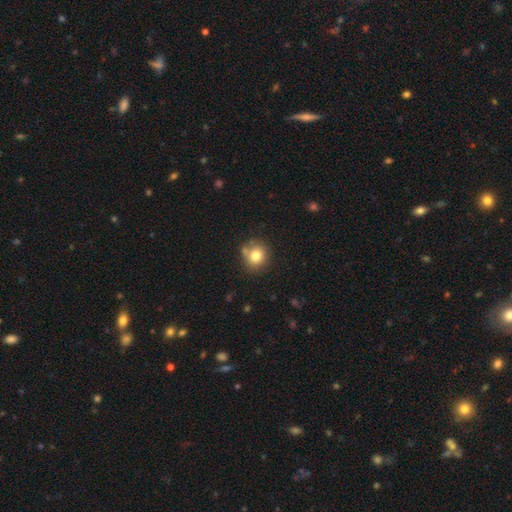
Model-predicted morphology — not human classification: smooth-or-featured: smooth: 80% | star or artifact: 11% | featured or disk: 10%
  how-rounded: round: 84% | in between: 15% | cigar-shaped: 1%
  merging: none: 69% | minor disturbance: 17% | merger: 9% | major disturbance: 5%